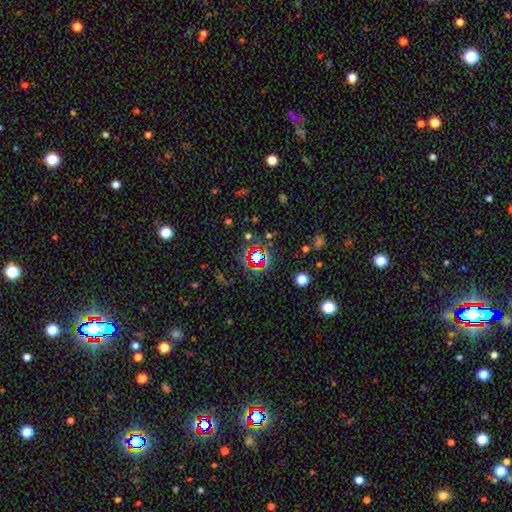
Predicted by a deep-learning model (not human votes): Smooth or featured?
  - star or artifact: 66% *
  - smooth: 23%
  - featured or disk: 11%